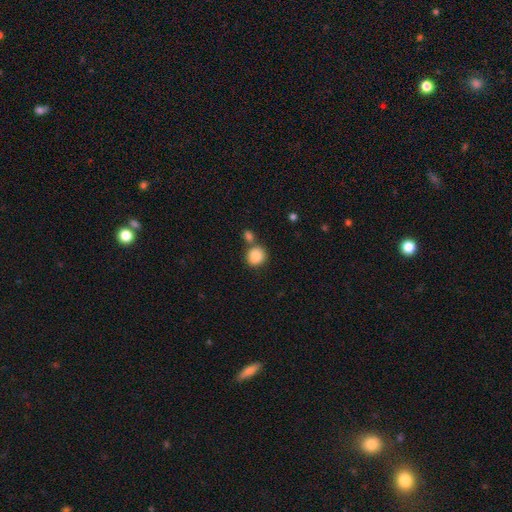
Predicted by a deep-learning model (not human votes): The model was most divided on "merging": none: 59%, merger: 26%, minor disturbance: 11%, major disturbance: 4%. More confident: smooth or featured — smooth (87%); how rounded — round (81%).